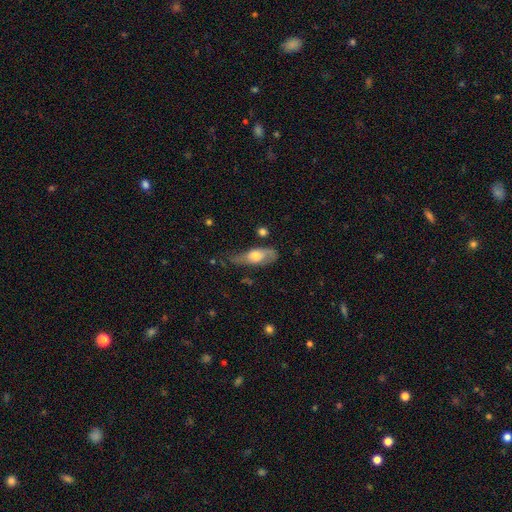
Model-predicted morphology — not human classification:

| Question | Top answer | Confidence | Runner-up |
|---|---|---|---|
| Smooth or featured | smooth | 52% | featured or disk (42%) |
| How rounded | in between | 73% | cigar-shaped (23%) |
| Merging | none | 46% | minor disturbance (34%) |